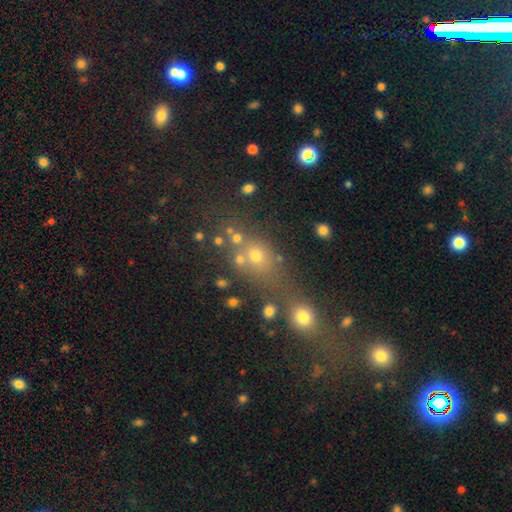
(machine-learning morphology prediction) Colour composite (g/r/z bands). It shows a smooth galaxy with no disk features (62%) that is round (62%). Merging: none (48%).